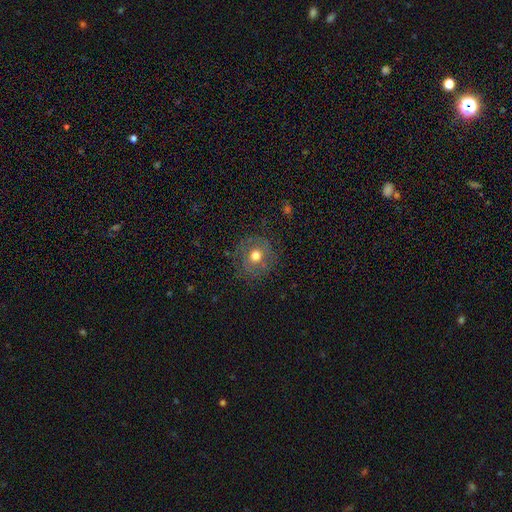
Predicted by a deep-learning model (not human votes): Smooth or featured? smooth (62%)
How rounded? round (87%)
Merging? none (80%)